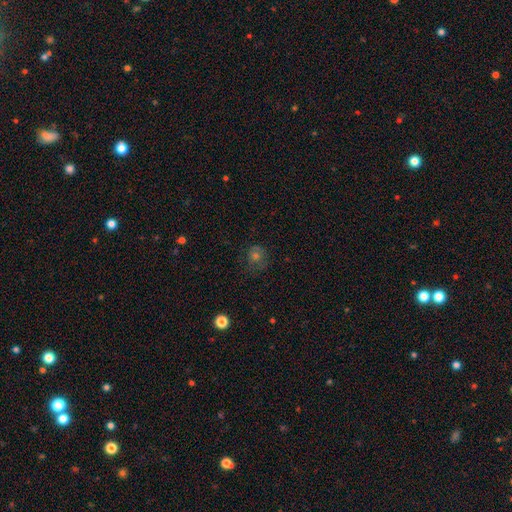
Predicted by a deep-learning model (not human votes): This is possibly a smooth galaxy (52%). How rounded: clearly round (81%). Merging: likely none (68%).